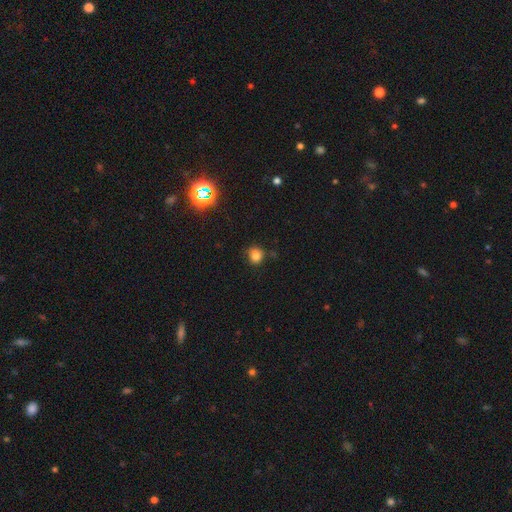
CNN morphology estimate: Smooth or featured?
  - smooth: 80% *
  - star or artifact: 14%
  - featured or disk: 6%
How rounded?
  - round: 85% *
  - in between: 14%
  - cigar-shaped: 1%
Merging?
  - none: 76% *
  - minor disturbance: 17%
  - major disturbance: 4%
  - merger: 3%